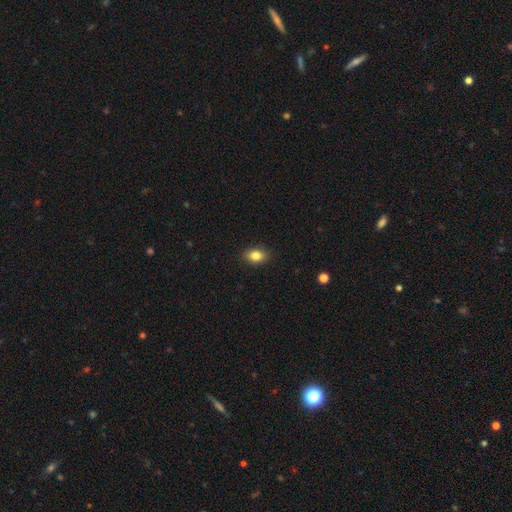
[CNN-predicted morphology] This is clearly a smooth galaxy (85%). How rounded: likely in between (78%). Merging: clearly none (89%).